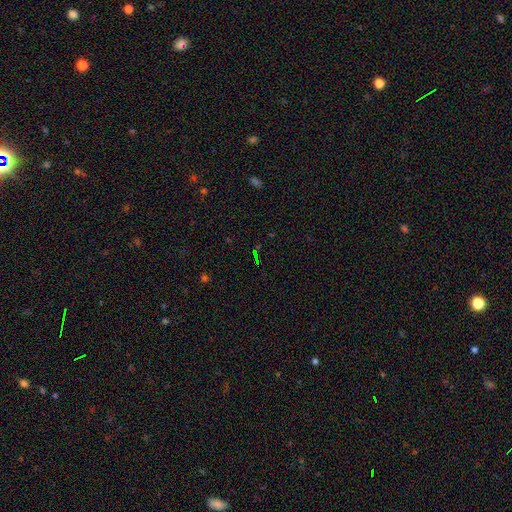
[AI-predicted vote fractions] Morphology: type=star or artifact (73%).